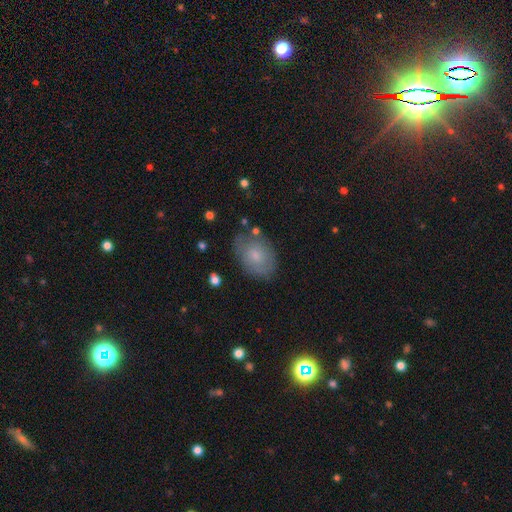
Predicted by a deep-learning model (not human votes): Smooth or featured?
  - smooth: 68% *
  - featured or disk: 24%
  - star or artifact: 8%
How rounded?
  - in between: 80% *
  - round: 19%
  - cigar-shaped: 1%
Merging?
  - none: 72% *
  - minor disturbance: 19%
  - major disturbance: 6%
  - merger: 3%